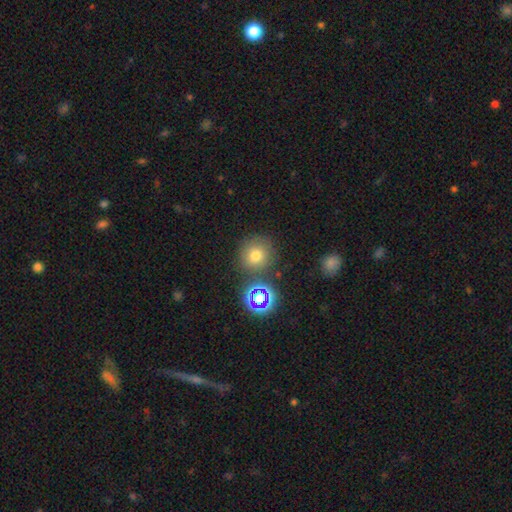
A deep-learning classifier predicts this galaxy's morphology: This is likely a smooth galaxy (67%). How rounded: clearly round (92%). Merging: likely none (79%).